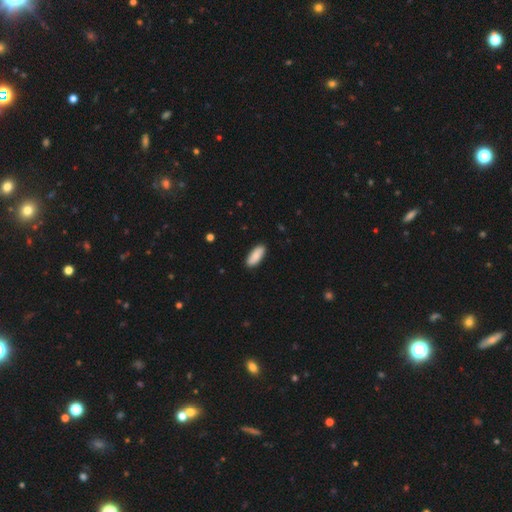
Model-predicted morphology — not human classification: This appears to be a smooth galaxy with no disk features (86%) that is in between round and cigar-shaped (77%). Merging: none (90%).